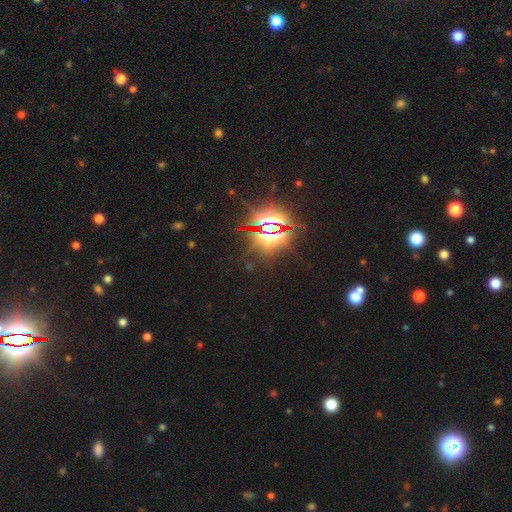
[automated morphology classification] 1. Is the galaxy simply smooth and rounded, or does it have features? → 85% star or artifact, 8% smooth, 7% featured or disk.